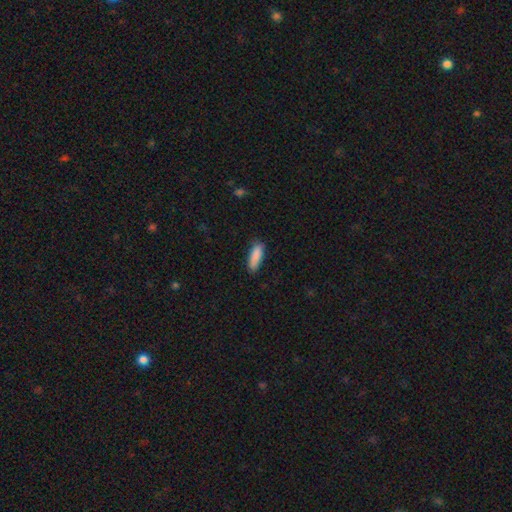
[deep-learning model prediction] This is clearly a smooth galaxy (88%). How rounded: possibly in between (54%). Merging: likely none (79%).